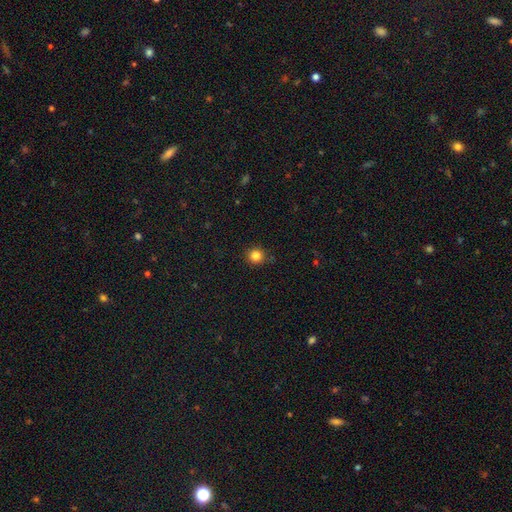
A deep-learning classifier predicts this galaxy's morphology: Overall: smooth (84%). How rounded: round (94%). Merging: none (89%).